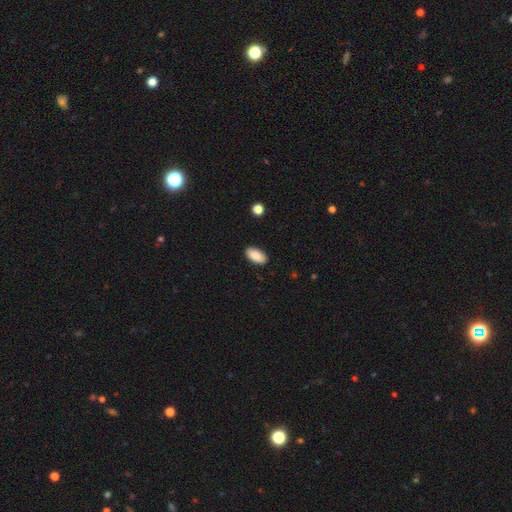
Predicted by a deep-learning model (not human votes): smooth 89%, star or artifact 7%, featured or disk 5%. Down the decision tree: how rounded — in between (95%); merging — none (89%).